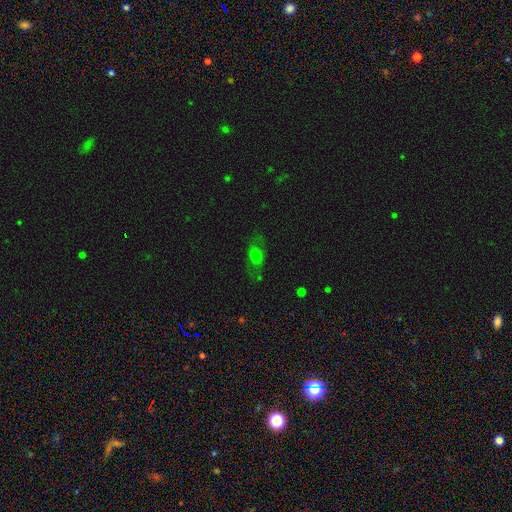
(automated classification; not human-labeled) smooth-or-featured: smooth: 57% | featured or disk: 26% | star or artifact: 17%
  how-rounded: in between: 70% | round: 23% | cigar-shaped: 8%
  merging: none: 70% | minor disturbance: 17% | major disturbance: 11% | merger: 2%